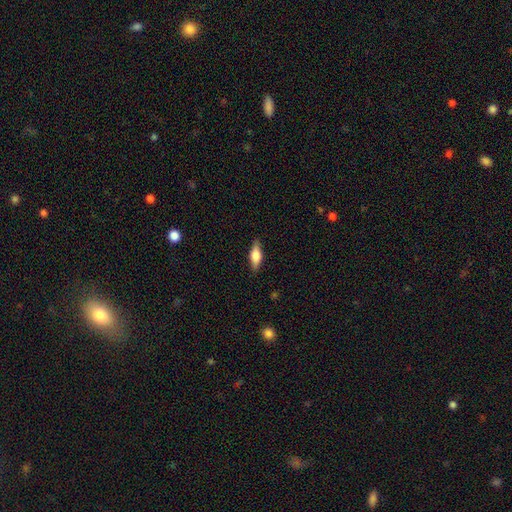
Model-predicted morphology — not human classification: Q: Smooth or featured?
A: smooth (59%); runner-up: featured or disk (35%)
Q: How rounded?
A: in between (61%); runner-up: cigar-shaped (36%)
Q: Merging?
A: none (85%); runner-up: minor disturbance (11%)